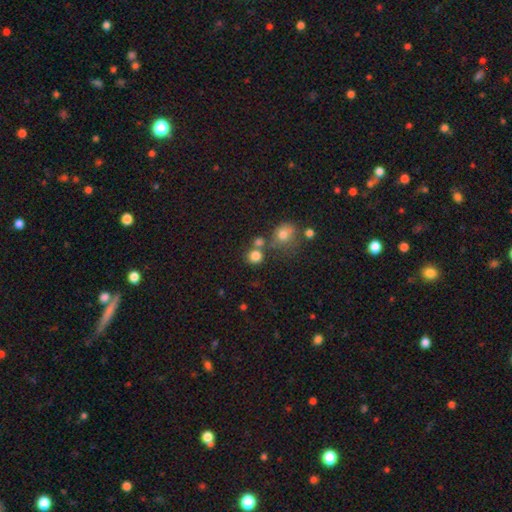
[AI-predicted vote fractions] Smooth or featured? smooth (80%)
How rounded? round (85%)
Merging? none (61%)